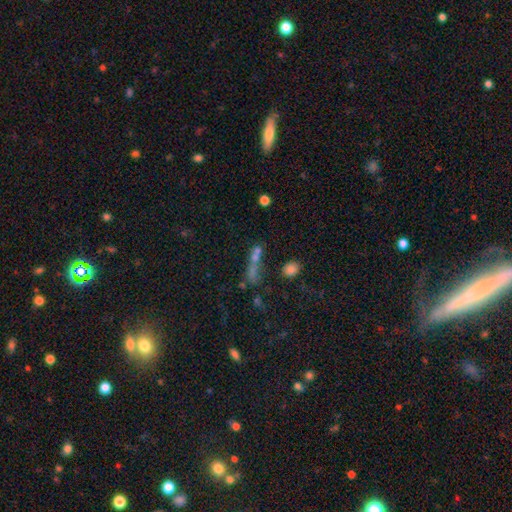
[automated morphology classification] smooth_or_featured: smooth (p=0.52) [alt: star or artifact p=0.24]
how_rounded: cigar-shaped (p=0.44) [alt: in between p=0.32]
merging: none (p=0.43) [alt: merger p=0.37]